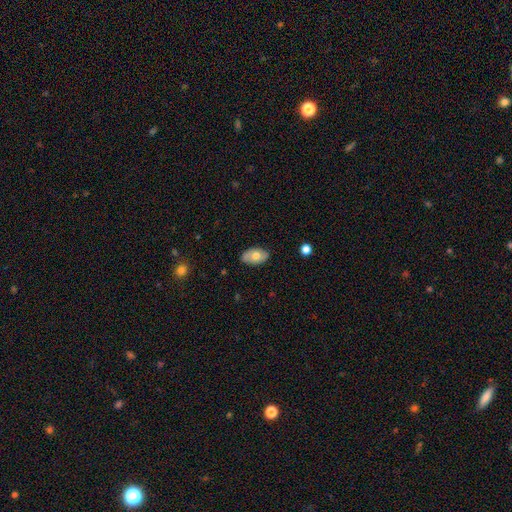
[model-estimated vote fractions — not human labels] smooth_or_featured: smooth (p=0.63) [alt: featured or disk p=0.30]
how_rounded: in between (p=0.92) [alt: round p=0.07]
merging: none (p=0.82) [alt: minor disturbance p=0.15]